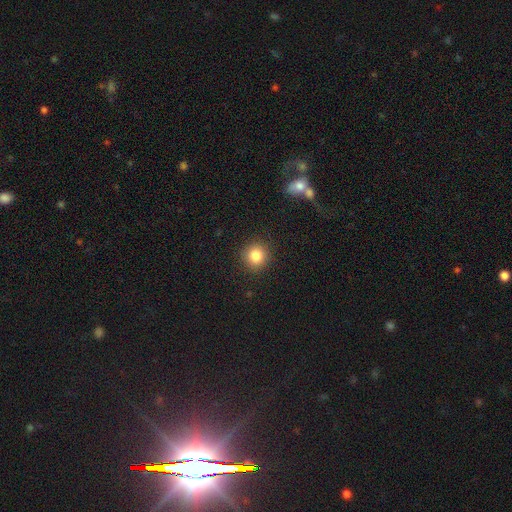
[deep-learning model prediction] Smooth or featured? smooth (83%)
How rounded? round (92%)
Merging? none (91%)